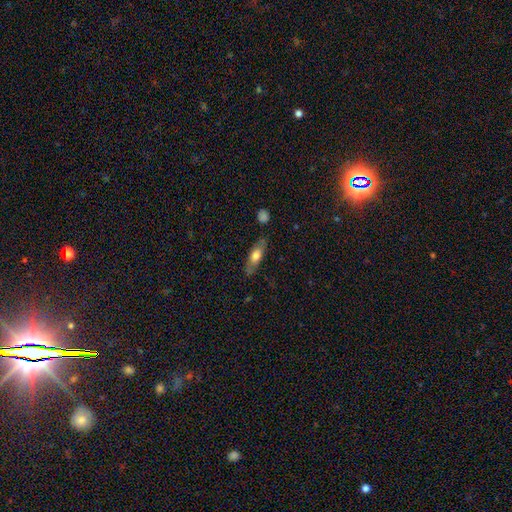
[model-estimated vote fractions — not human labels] This is likely a smooth galaxy (61%). How rounded: possibly in between (56%). Merging: likely none (78%).